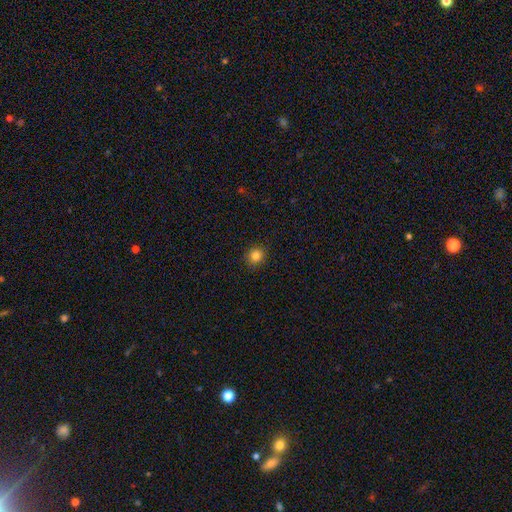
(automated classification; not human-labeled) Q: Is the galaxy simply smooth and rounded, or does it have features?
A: smooth — 83%.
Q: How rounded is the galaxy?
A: round — 85%.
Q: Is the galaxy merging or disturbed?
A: none — 90%.